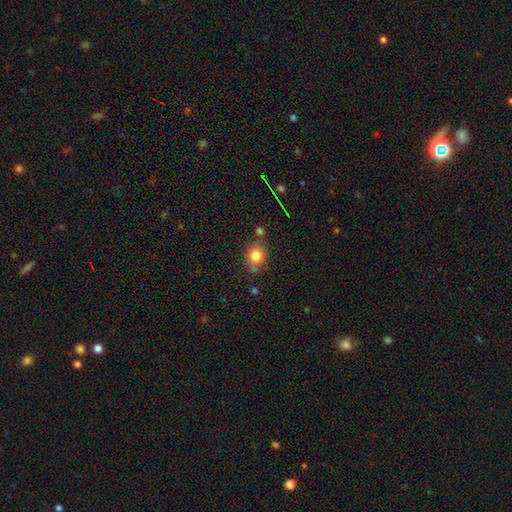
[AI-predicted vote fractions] Overall: smooth (82%). How rounded: round (77%). Merging: none (68%).